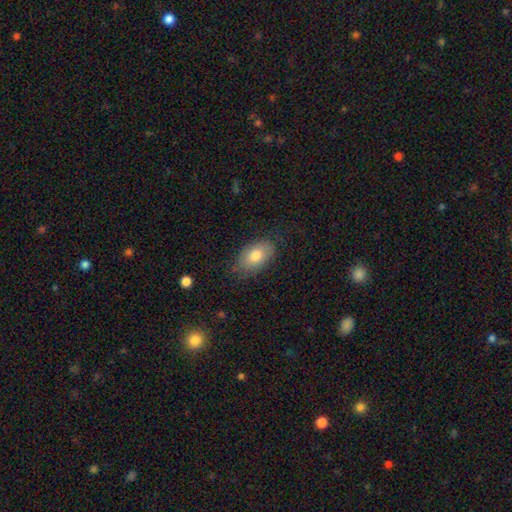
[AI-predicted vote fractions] A smooth galaxy with no disk features (78%) that is in between round and cigar-shaped (92%).

Vote fractions:
- Smooth or featured? smooth: 78% / featured or disk: 15% / star or artifact: 7%
- How rounded? in between: 92% / round: 6% / cigar-shaped: 2%
- Merging? none: 74% / minor disturbance: 20% / major disturbance: 5% / merger: 1%